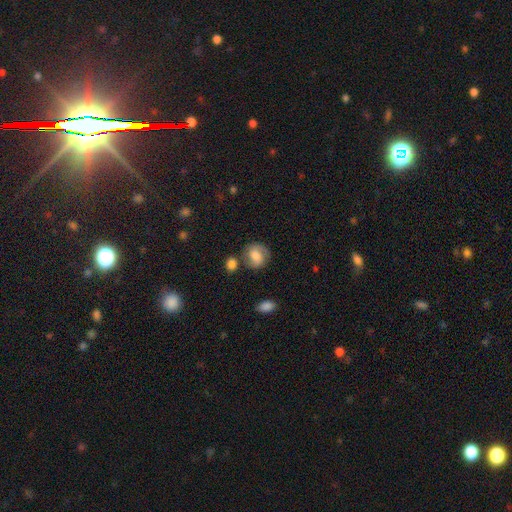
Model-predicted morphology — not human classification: Smooth or featured: smooth — 60% (featured or disk — 31%)
How rounded: round — 68% (in between — 31%)
Merging: none — 64% (minor disturbance — 18%)